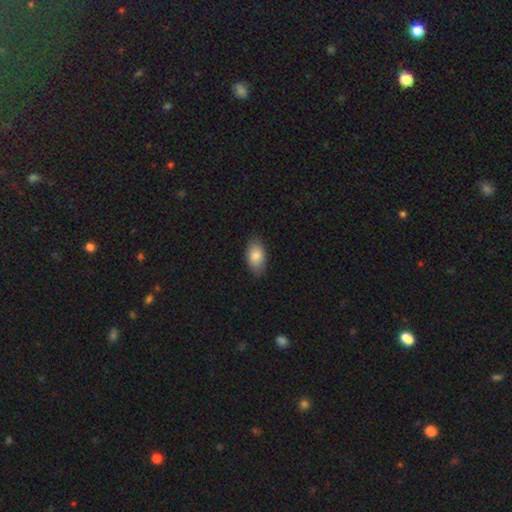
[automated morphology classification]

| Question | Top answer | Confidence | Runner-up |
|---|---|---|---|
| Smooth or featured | smooth | 84% | featured or disk (9%) |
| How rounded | in between | 93% | round (5%) |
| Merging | none | 84% | minor disturbance (13%) |